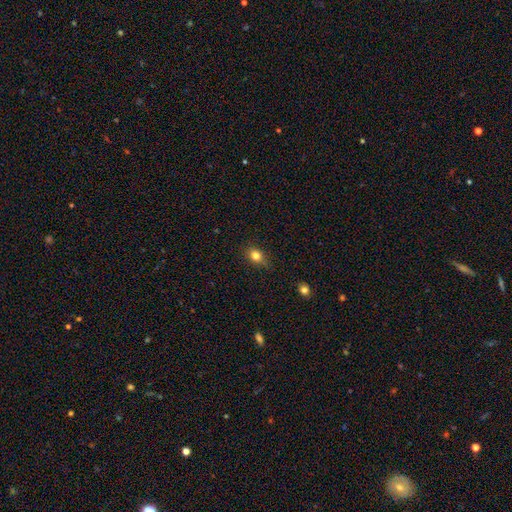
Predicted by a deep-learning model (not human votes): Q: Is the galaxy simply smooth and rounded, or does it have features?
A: smooth — 81%.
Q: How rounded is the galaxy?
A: round — 51%.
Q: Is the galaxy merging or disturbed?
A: none — 76%.